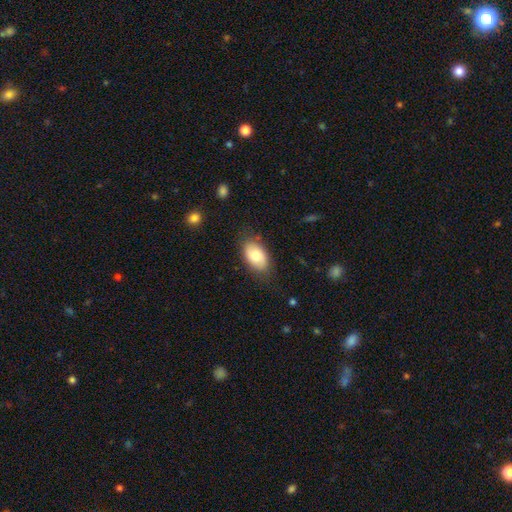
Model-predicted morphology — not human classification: Q: Smooth or featured?
A: smooth (78%); runner-up: featured or disk (15%)
Q: How rounded?
A: in between (92%); runner-up: round (7%)
Q: Merging?
A: none (79%); runner-up: minor disturbance (16%)